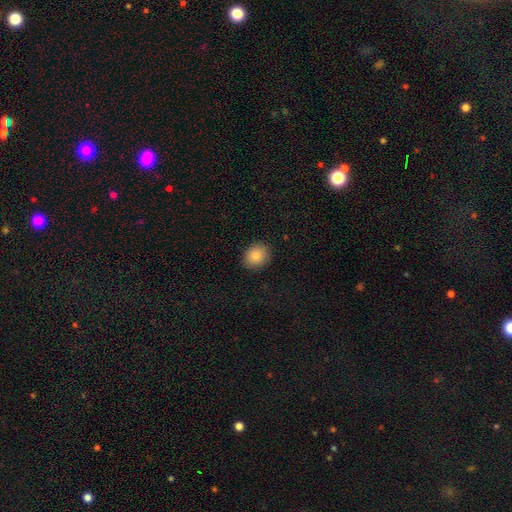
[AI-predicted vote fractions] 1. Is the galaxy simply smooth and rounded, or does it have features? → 85% smooth, 9% star or artifact, 6% featured or disk.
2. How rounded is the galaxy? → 63% round, 36% in between, 1% cigar-shaped.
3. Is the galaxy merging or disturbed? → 88% none, 9% minor disturbance, 2% major disturbance, 1% merger.